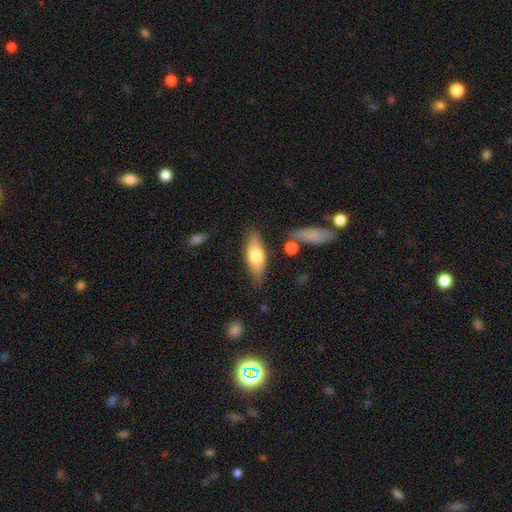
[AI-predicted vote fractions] Smooth or featured? smooth (64%)
How rounded? in between (65%)
Merging? none (76%)